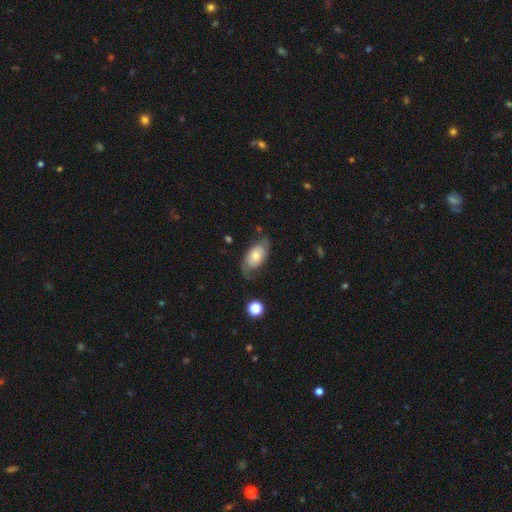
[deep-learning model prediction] This is possibly a featured or disk galaxy (51%). It is clearly not viewed edge-on (93%). Merging: likely none (62%).